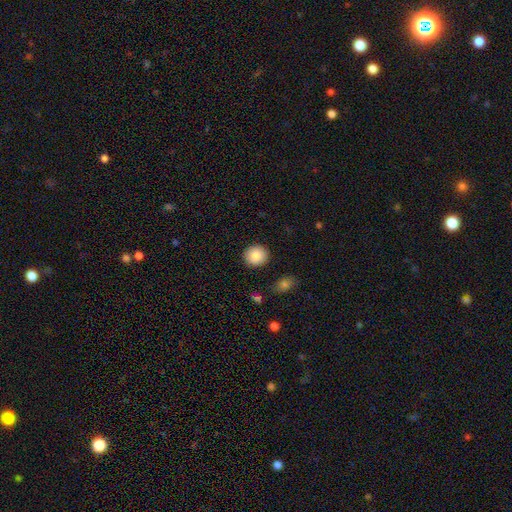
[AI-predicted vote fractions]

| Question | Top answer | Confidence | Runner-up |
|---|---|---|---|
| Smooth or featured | smooth | 86% | star or artifact (8%) |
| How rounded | round | 87% | in between (12%) |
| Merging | none | 90% | minor disturbance (6%) |